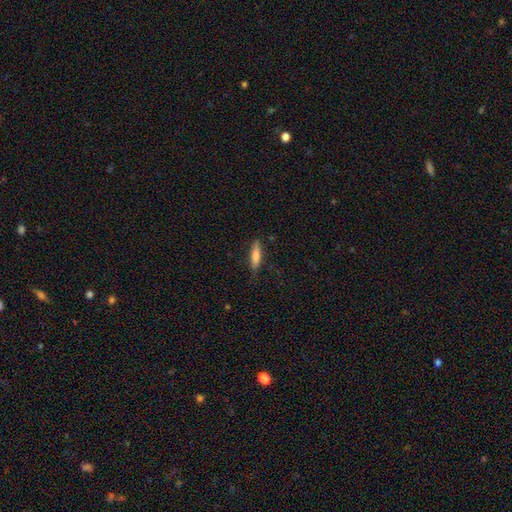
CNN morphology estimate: This appears to be a smooth galaxy with no disk features (75%) that is cigar-shaped (72%). Merging: none (82%).